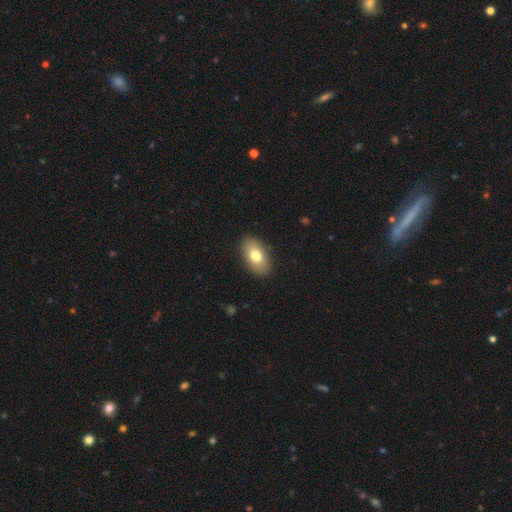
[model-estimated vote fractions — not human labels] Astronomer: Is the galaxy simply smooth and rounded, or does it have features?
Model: smooth — 76%.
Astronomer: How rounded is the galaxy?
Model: in between — 93%.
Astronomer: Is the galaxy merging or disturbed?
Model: none — 89%.